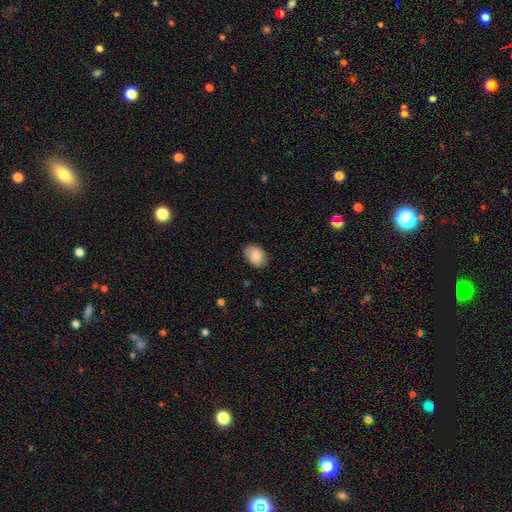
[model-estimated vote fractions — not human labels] This is clearly a smooth galaxy (85%). How rounded: likely in between (71%). Merging: clearly none (84%).